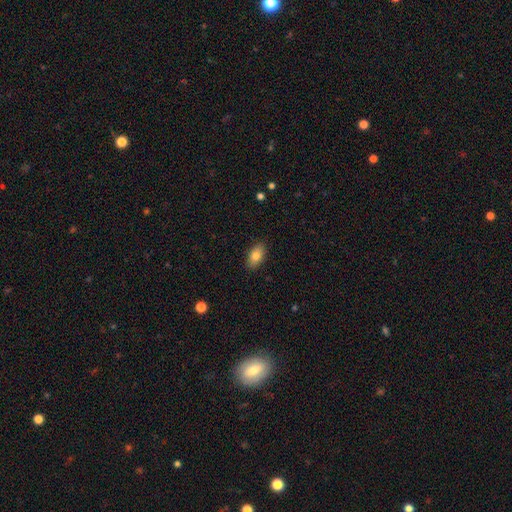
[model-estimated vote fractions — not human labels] A smooth galaxy with no disk features (81%) that is in between round and cigar-shaped (91%).

Vote fractions:
- Smooth or featured? smooth: 81% / featured or disk: 12% / star or artifact: 8%
- How rounded? in between: 91% / round: 6% / cigar-shaped: 4%
- Merging? none: 88% / minor disturbance: 9% / major disturbance: 2% / merger: 1%